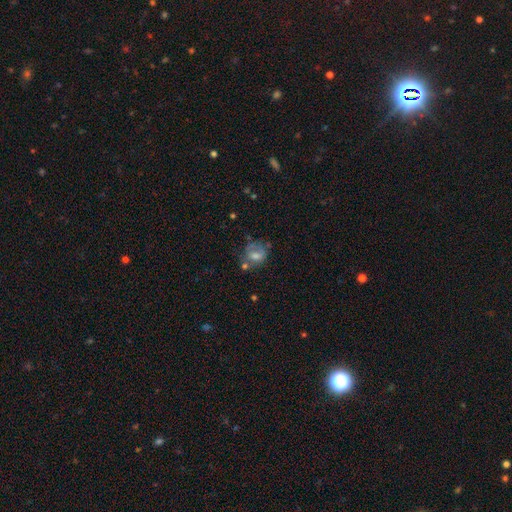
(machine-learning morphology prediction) Smooth or featured?
  - smooth: 55% *
  - featured or disk: 34%
  - star or artifact: 11%
How rounded?
  - round: 53% *
  - in between: 46%
  - cigar-shaped: 1%
Merging?
  - none: 41% *
  - minor disturbance: 24%
  - major disturbance: 18%
  - merger: 17%